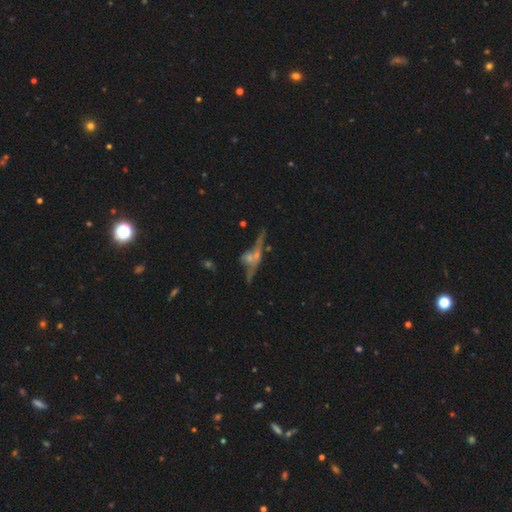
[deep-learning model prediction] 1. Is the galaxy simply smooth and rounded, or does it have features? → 59% featured or disk, 21% star or artifact, 20% smooth.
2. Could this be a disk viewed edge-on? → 68% yes, 32% no.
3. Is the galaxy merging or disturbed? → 46% none, 24% merger, 15% minor disturbance, 15% major disturbance.